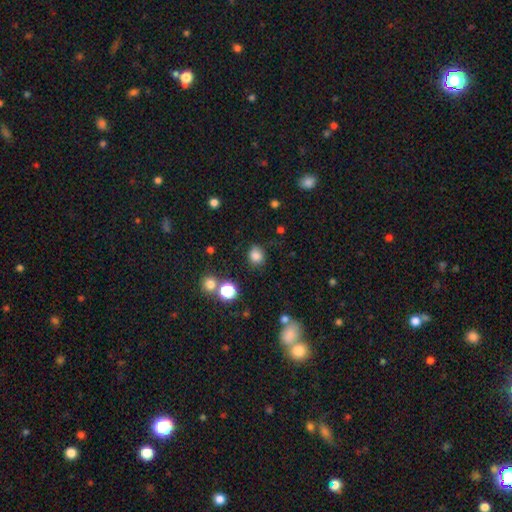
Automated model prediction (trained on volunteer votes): Smooth or featured? smooth (82%)
How rounded? round (70%)
Merging? none (77%)